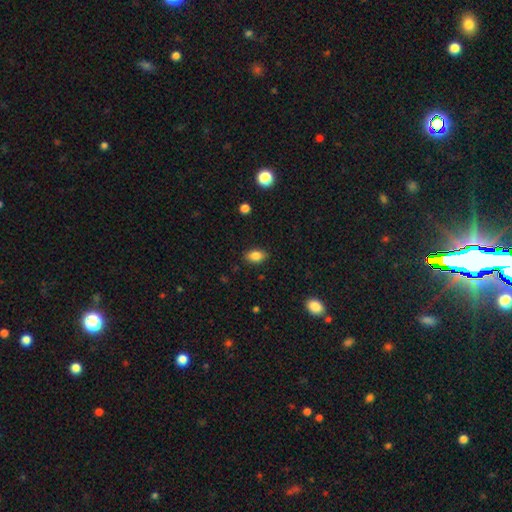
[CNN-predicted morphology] smooth 85%, star or artifact 9%, featured or disk 6%. Down the decision tree: how rounded — in between (86%); merging — none (86%).